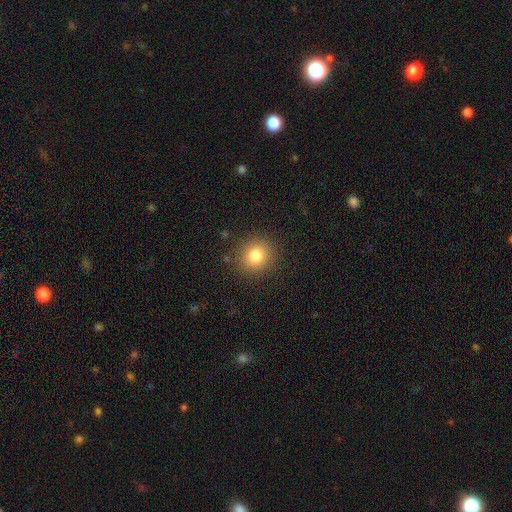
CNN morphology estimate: Smooth or featured?
  - smooth: 81% *
  - star or artifact: 11%
  - featured or disk: 7%
How rounded?
  - round: 82% *
  - in between: 17%
  - cigar-shaped: 1%
Merging?
  - none: 88% *
  - minor disturbance: 8%
  - major disturbance: 3%
  - merger: 1%